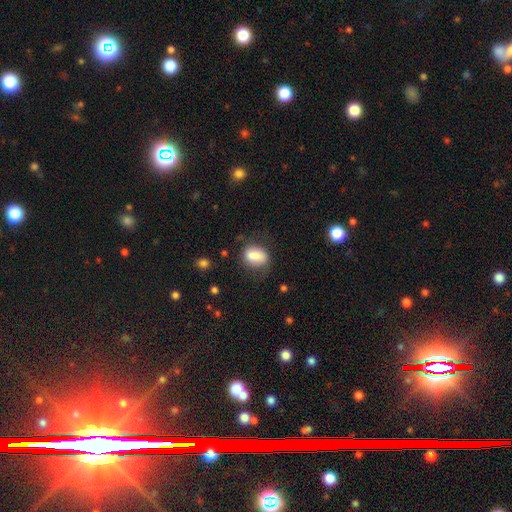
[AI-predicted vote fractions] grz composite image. It shows a smooth galaxy with no disk features (75%) that is in between round and cigar-shaped (66%). Merging: none (57%).